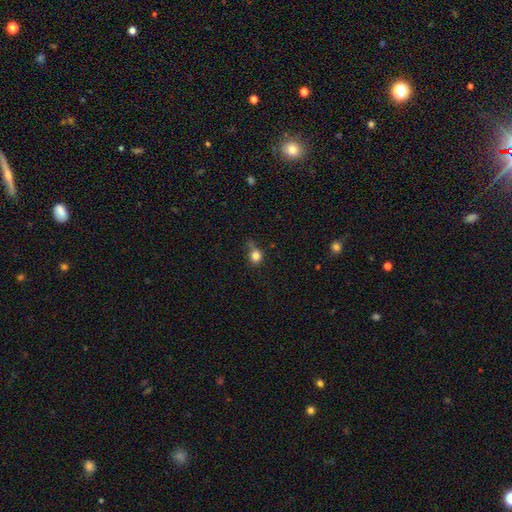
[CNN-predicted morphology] smooth 81%, star or artifact 12%, featured or disk 7%. Down the decision tree: how rounded — round (79%); merging — none (53%).